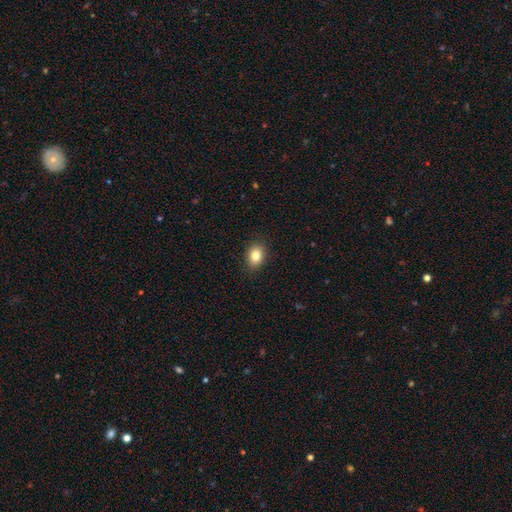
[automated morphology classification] This appears to be a smooth galaxy with no disk features (82%) that is in between round and cigar-shaped (68%). Merging: none (89%).